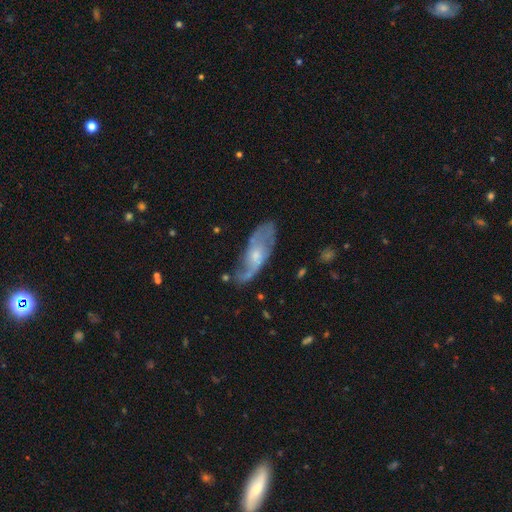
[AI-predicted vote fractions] Smooth or featured?
  - featured or disk: 72% *
  - smooth: 21%
  - star or artifact: 7%
Edge-on disk?
  - no: 86% *
  - yes: 14%
Bar?
  - no: 67% *
  - weak: 29%
  - strong: 4%
Spiral arms?
  - yes: 86% *
  - no: 14%
Spiral winding?
  - medium: 42% *
  - loose: 37%
  - tight: 21%
Spiral arm count?
  - 2: 67% *
  - can't tell: 20%
  - 1: 6%
  - 3: 4%
  - 4: 2%
  - more than 4: 2%
Bulge size?
  - small: 50% *
  - moderate: 42%
  - none: 5%
  - large: 3%
  - dominant: 1%
Merging?
  - none: 65% *
  - minor disturbance: 23%
  - major disturbance: 10%
  - merger: 3%